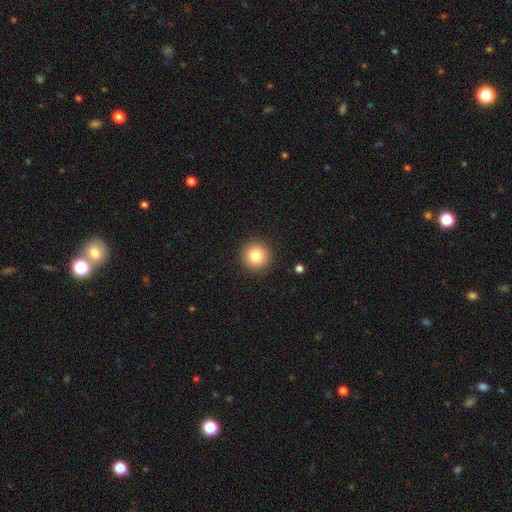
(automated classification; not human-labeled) A smooth galaxy with no disk features (81%) that is round (95%). Merging: none (92%).